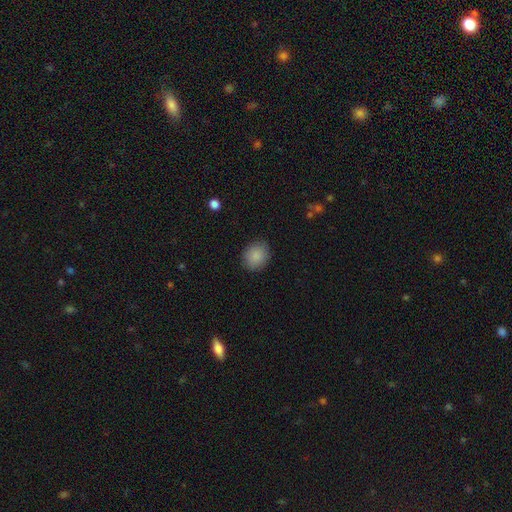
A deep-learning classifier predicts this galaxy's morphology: This is clearly a smooth galaxy (88%). How rounded: likely round (70%). Merging: clearly none (87%).